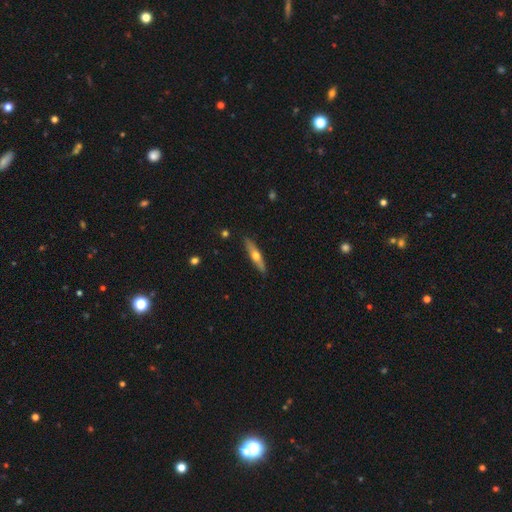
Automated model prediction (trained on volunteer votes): A featured or disk galaxy (50%). Merging: none (89%).